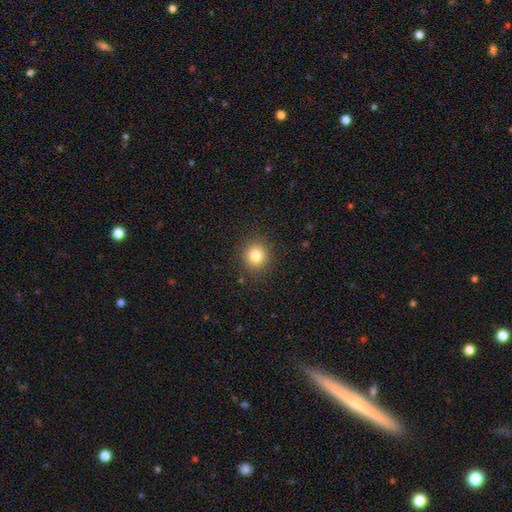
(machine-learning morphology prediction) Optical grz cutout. It shows a smooth galaxy with no disk features (81%) that is round (90%). Merging: none (90%).